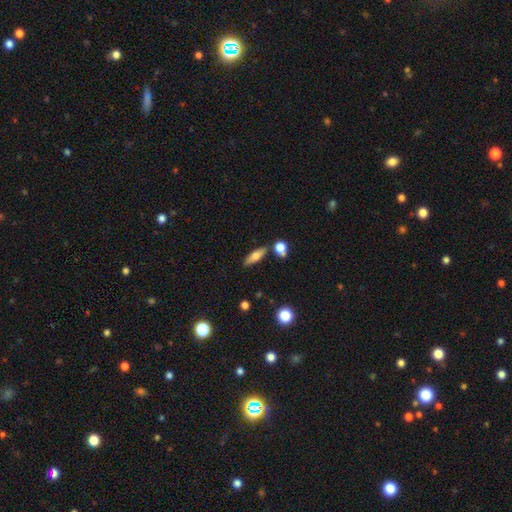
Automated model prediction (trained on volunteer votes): Morphology: type=smooth (62%); roundness=cigar-shaped (49%); merging=none (77%).